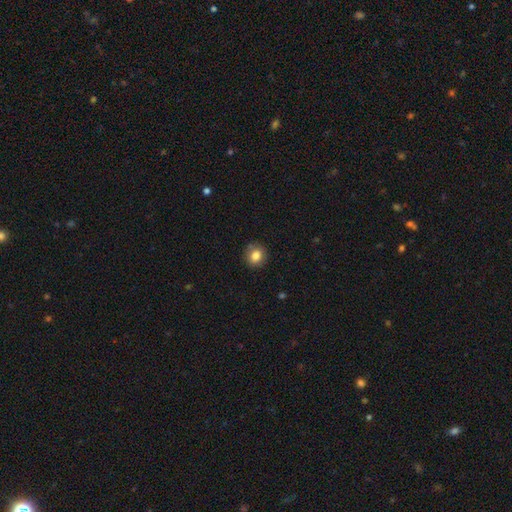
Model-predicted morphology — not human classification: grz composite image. It shows a smooth galaxy with no disk features (82%) that is round (81%). Merging: none (84%).